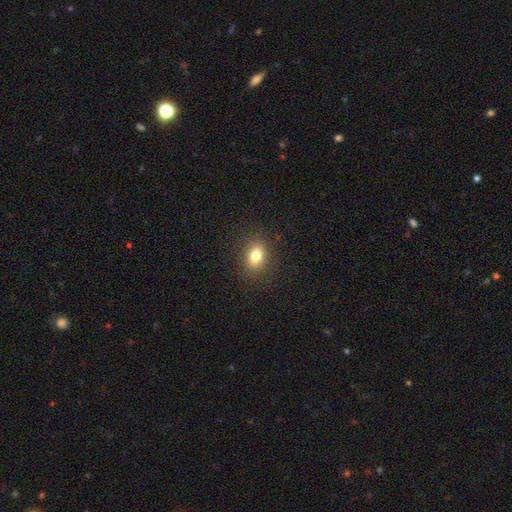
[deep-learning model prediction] This is likely a smooth galaxy (80%). How rounded: likely in between (64%). Merging: clearly none (88%).